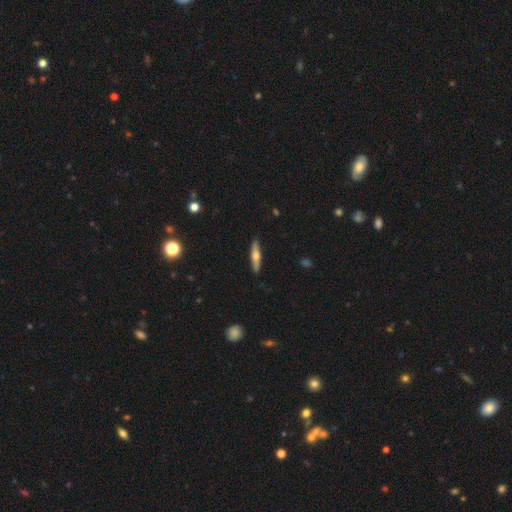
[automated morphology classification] Q: Smooth or featured?
A: smooth (48%); runner-up: featured or disk (46%)
Q: Merging?
A: none (89%); runner-up: minor disturbance (8%)